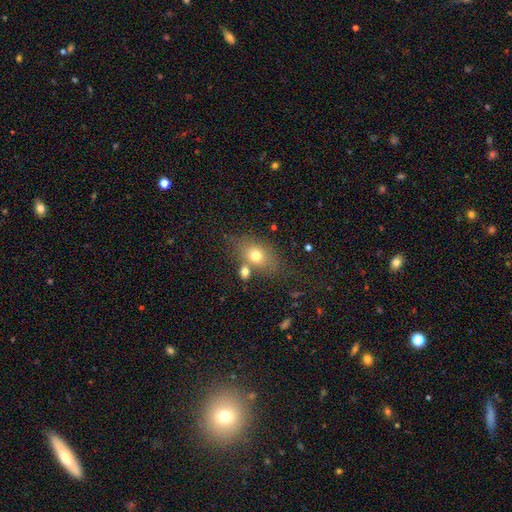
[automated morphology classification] Smooth or featured? Predicted: smooth (p=0.71). How rounded? Predicted: in between (p=0.72). Merging? Predicted: none (p=0.64).